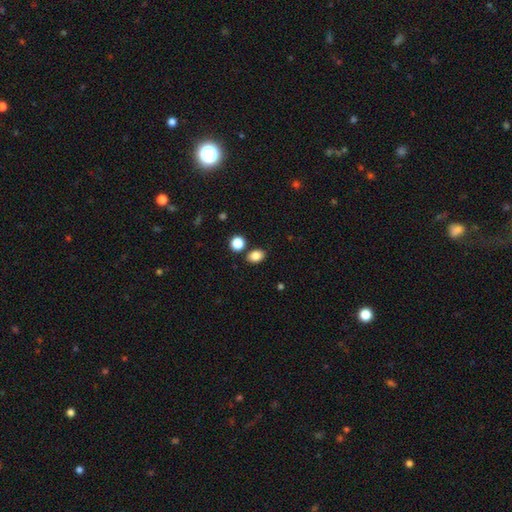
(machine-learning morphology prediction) Smooth or featured? smooth (84%)
How rounded? in between (74%)
Merging? none (81%)